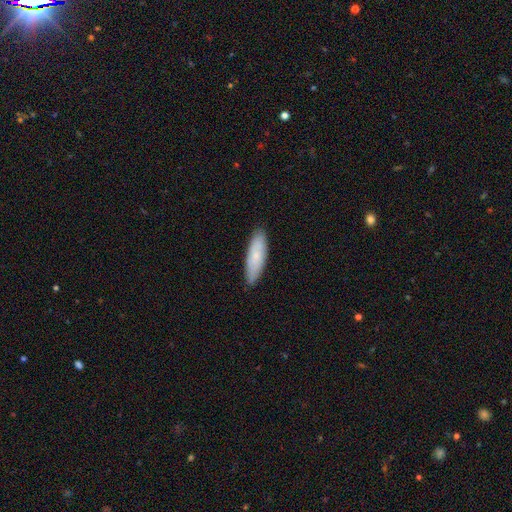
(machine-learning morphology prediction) This is likely a smooth galaxy (74%). How rounded: possibly cigar-shaped (54%). Merging: clearly none (87%).